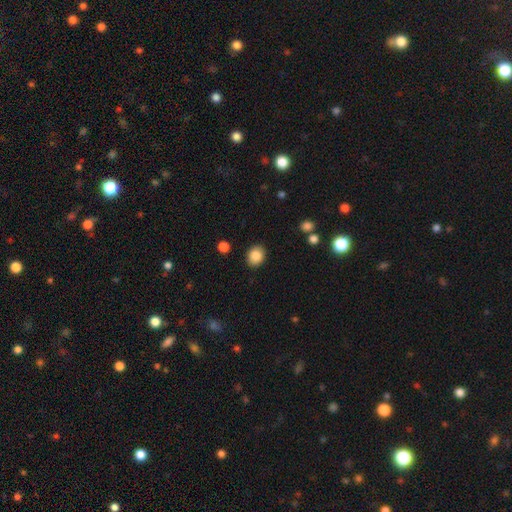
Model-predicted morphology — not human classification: This appears to be a smooth galaxy with no disk features (86%) that is round (57%). Merging: none (88%).